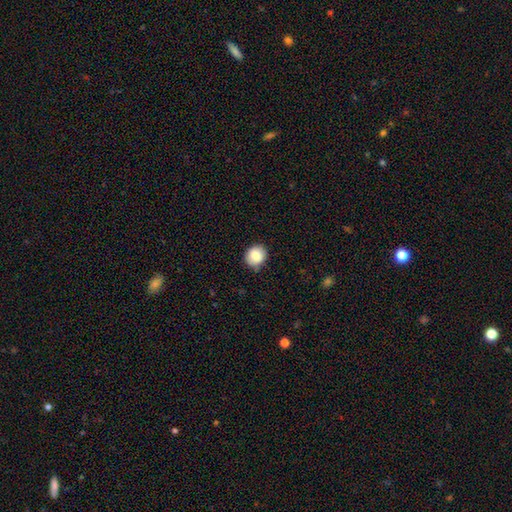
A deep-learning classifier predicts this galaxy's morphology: This appears to be a smooth galaxy with no disk features (85%) that is round (76%). Merging: none (84%).